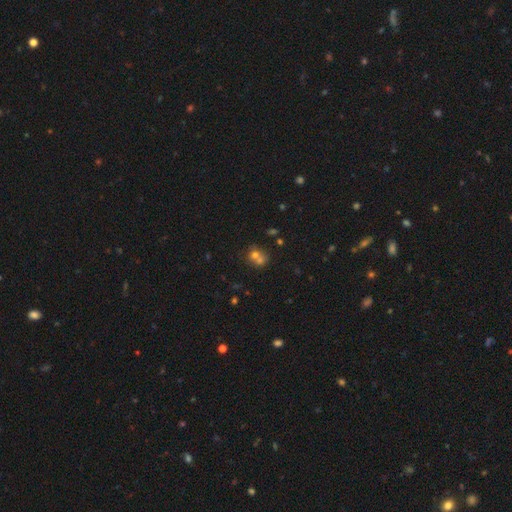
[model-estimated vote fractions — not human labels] Smooth or featured?
  - smooth: 63% *
  - featured or disk: 20%
  - star or artifact: 18%
How rounded?
  - round: 76% *
  - in between: 23%
  - cigar-shaped: 1%
Merging?
  - merger: 58% *
  - none: 32%
  - minor disturbance: 6%
  - major disturbance: 3%